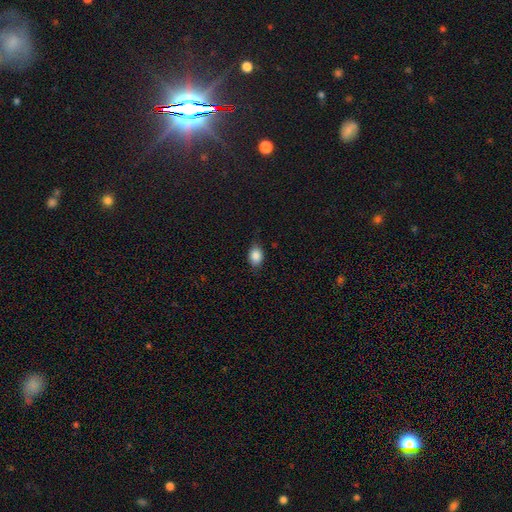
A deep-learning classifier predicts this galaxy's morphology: This appears to be a smooth galaxy with no disk features (86%) that is in between round and cigar-shaped (71%). Merging: none (76%).